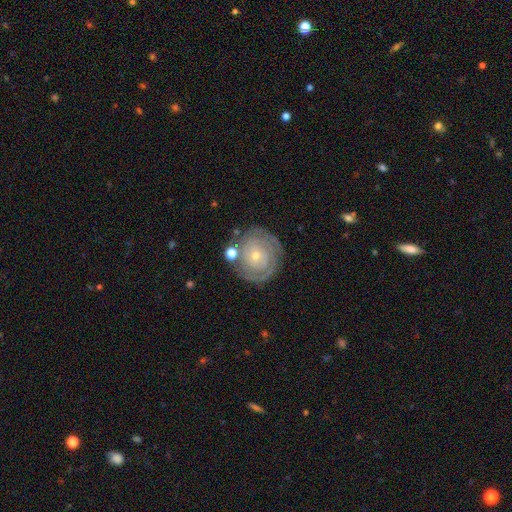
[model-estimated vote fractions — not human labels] smooth_or_featured: featured or disk (p=0.81) [alt: smooth p=0.13]
disk_edge_on: no (p=0.97) [alt: yes p=0.03]
bar: no (p=0.80) [alt: weak p=0.15]
has_spiral_arms: yes (p=0.92) [alt: no p=0.08]
spiral_winding: tight (p=0.82) [alt: medium p=0.14]
spiral_arm_count: 2 (p=0.36) [alt: can't tell p=0.30]
bulge_size: small (p=0.74) [alt: moderate p=0.22]
merging: none (p=0.77) [alt: minor disturbance p=0.14]